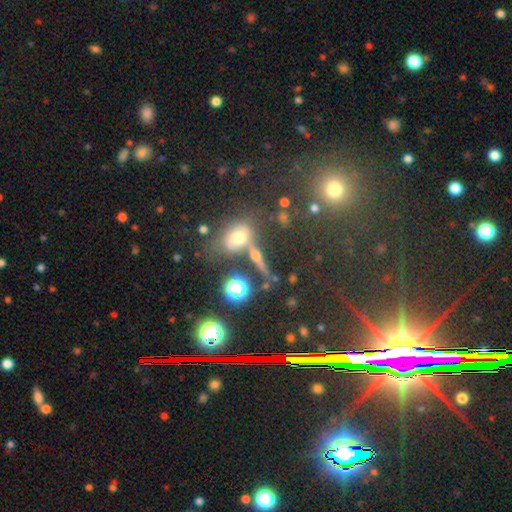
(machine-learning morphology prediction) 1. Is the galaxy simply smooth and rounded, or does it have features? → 43% smooth, 32% featured or disk, 25% star or artifact.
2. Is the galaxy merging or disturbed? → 62% none, 19% merger, 12% minor disturbance, 6% major disturbance.